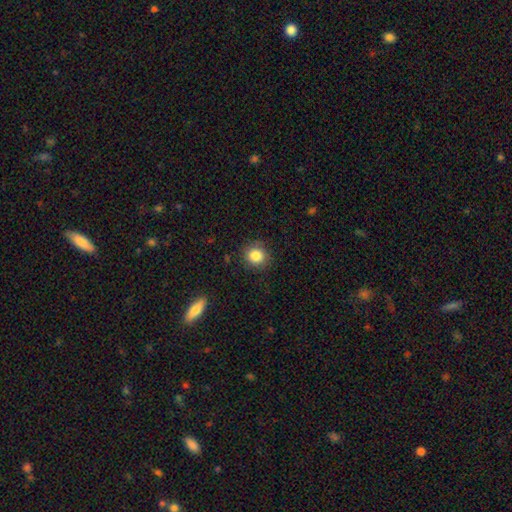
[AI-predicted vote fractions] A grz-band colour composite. It shows a smooth galaxy with no disk features (84%) that is round (86%). Merging: none (86%).